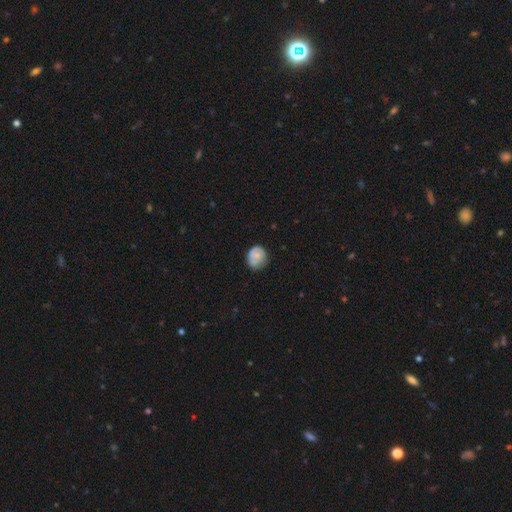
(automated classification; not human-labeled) Morphology: type=smooth (71%); roundness=round (76%); merging=none (65%).